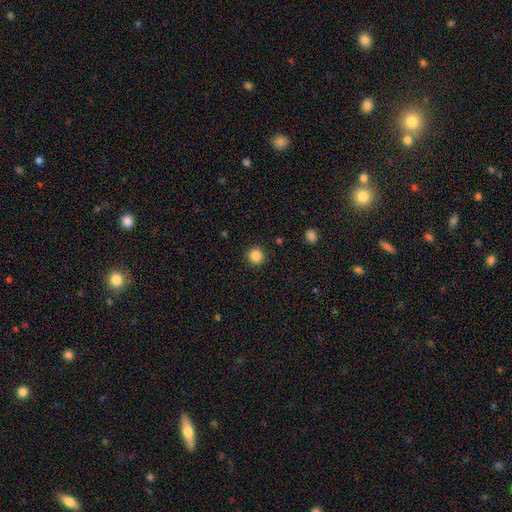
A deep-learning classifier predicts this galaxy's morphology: Smooth or featured? Predicted: smooth (p=0.85). How rounded? Predicted: round (p=0.94). Merging? Predicted: none (p=0.92).